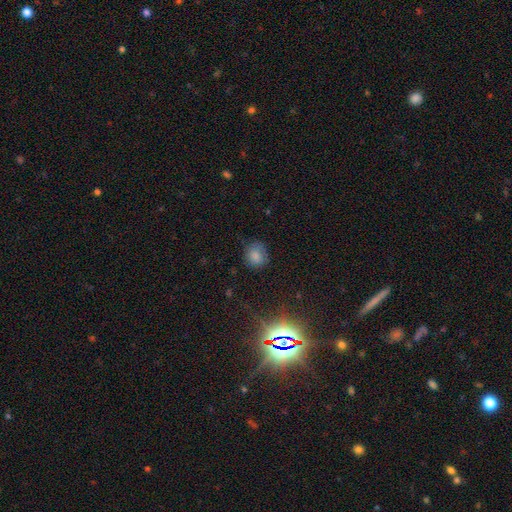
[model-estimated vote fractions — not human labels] smooth_or_featured: smooth (p=0.79) [alt: star or artifact p=0.14]
how_rounded: round (p=0.75) [alt: in between p=0.24]
merging: none (p=0.73) [alt: minor disturbance p=0.20]